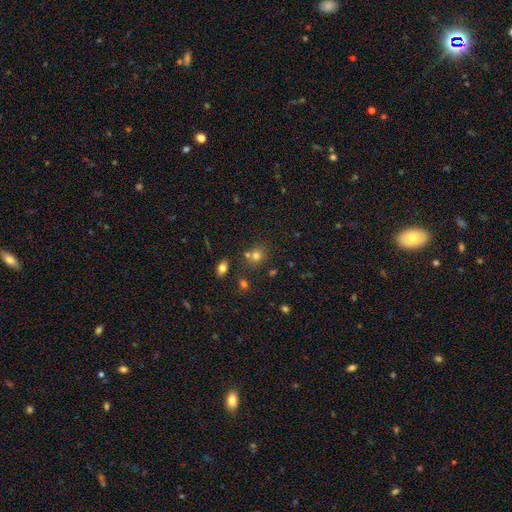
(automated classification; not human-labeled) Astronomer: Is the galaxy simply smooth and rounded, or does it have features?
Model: smooth — 69%.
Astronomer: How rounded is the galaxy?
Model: round — 78%.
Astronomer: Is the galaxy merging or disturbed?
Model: none — 64%.